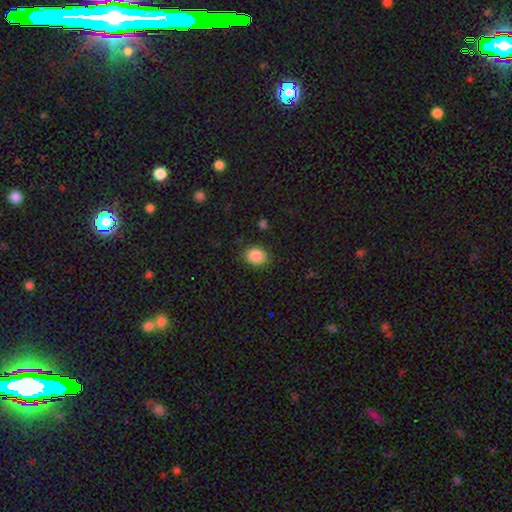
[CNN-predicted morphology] type=smooth (87%); roundness=round (60%); merging=none (86%).